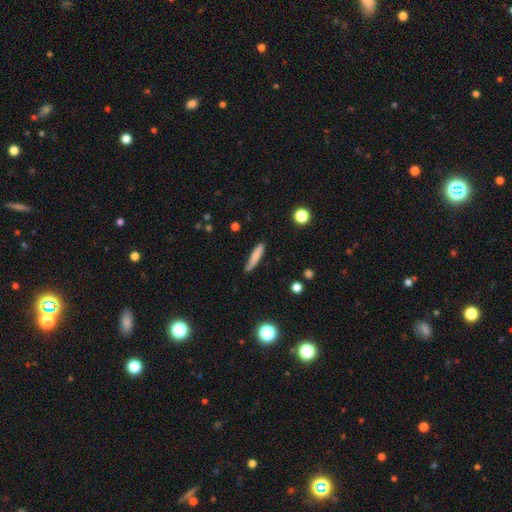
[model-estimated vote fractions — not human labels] Morphology: type=smooth (77%); roundness=cigar-shaped (87%); merging=none (71%).